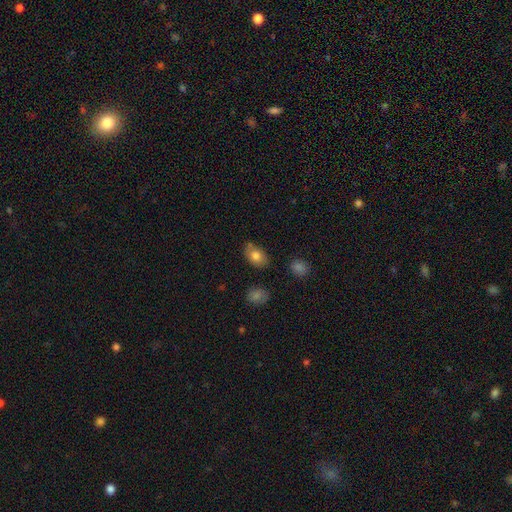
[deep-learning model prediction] Morphology: type=smooth (79%); roundness=in between (85%); merging=none (71%).